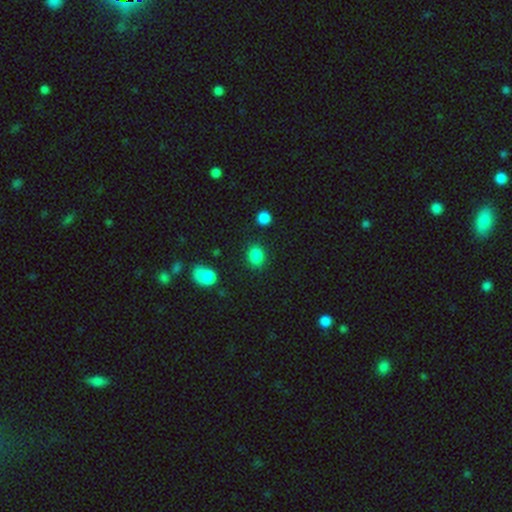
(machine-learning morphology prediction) This is clearly a smooth galaxy (86%). How rounded: possibly round (51%). Merging: clearly none (82%).